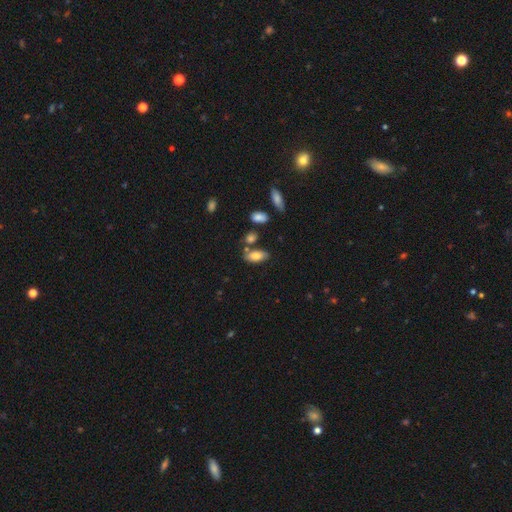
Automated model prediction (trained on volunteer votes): Smooth or featured?
  - smooth: 79% *
  - featured or disk: 14%
  - star or artifact: 7%
How rounded?
  - in between: 88% *
  - cigar-shaped: 9%
  - round: 3%
Merging?
  - none: 69% *
  - minor disturbance: 15%
  - merger: 12%
  - major disturbance: 4%